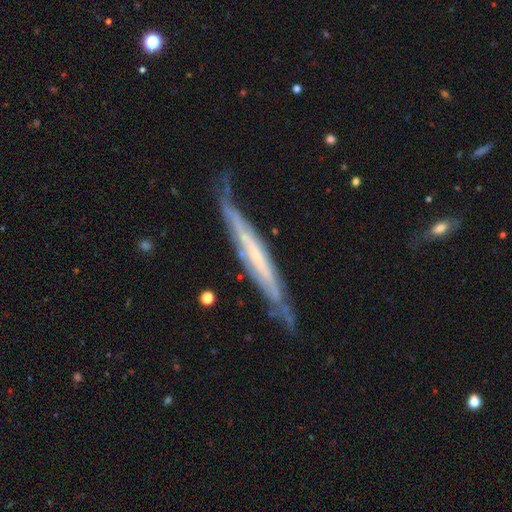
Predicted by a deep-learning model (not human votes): Smooth or featured: featured or disk — 73% (smooth — 21%)
Edge-on disk: yes — 80% (no — 20%)
Edge-on bulge: none — 75% (rounded — 16%)
Merging: none — 65% (minor disturbance — 25%)